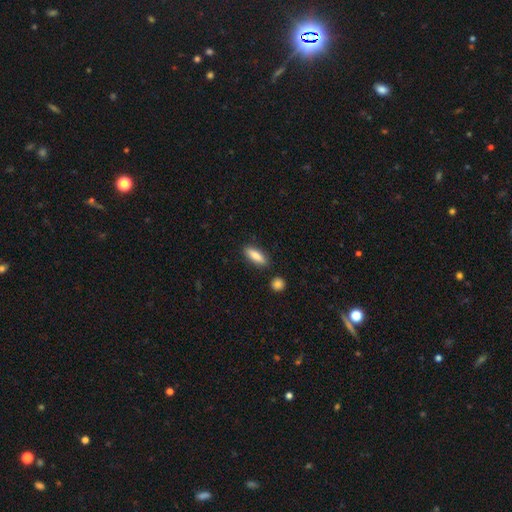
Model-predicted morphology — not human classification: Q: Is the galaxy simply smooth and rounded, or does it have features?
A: smooth — 83%.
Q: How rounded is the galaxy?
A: in between — 55%.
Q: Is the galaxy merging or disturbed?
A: none — 85%.